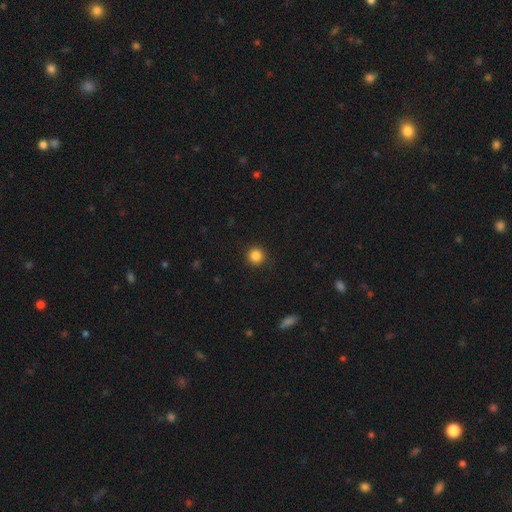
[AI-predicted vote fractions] A smooth galaxy with no disk features (85%) that is round (95%). Merging: none (90%).